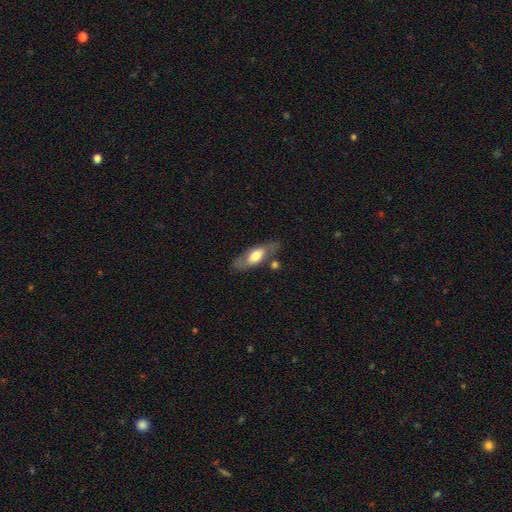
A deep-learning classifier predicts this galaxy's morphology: Overall: smooth (51%; featured or disk 43%). How rounded: in between (72%). Merging: none (68%).